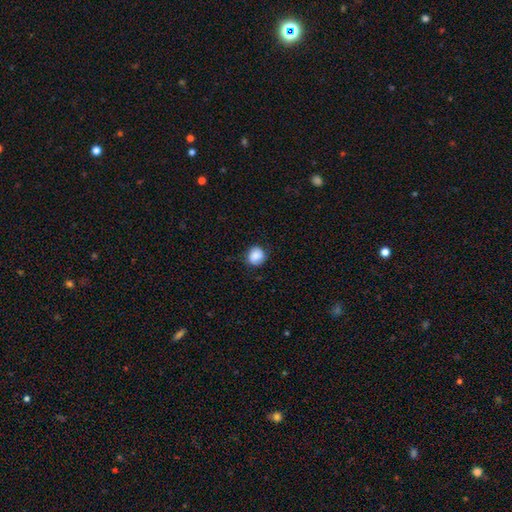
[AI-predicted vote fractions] smooth-or-featured: smooth: 82% | featured or disk: 9% | star or artifact: 8%
  how-rounded: round: 83% | in between: 16% | cigar-shaped: 1%
  merging: none: 74% | minor disturbance: 20% | major disturbance: 5% | merger: 1%